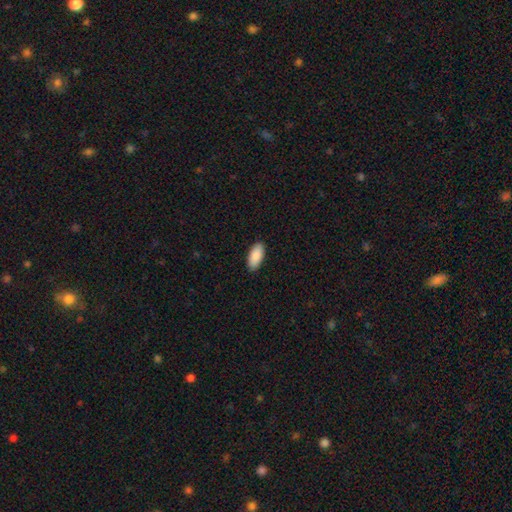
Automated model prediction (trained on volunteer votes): Morphology: type=smooth (90%); roundness=in between (91%); merging=none (90%).